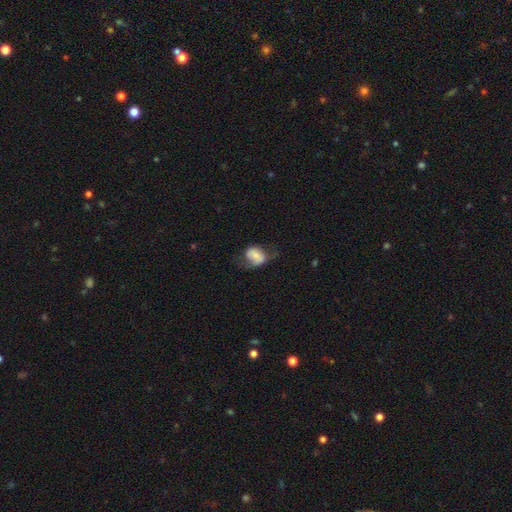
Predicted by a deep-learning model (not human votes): Smooth or featured? Predicted: smooth (p=0.60). How rounded? Predicted: in between (p=0.69). Merging? Predicted: none (p=0.35).